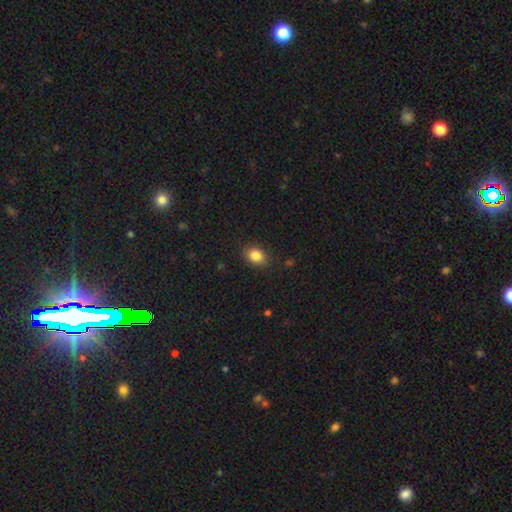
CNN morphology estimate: smooth 85%, star or artifact 9%, featured or disk 5%. Down the decision tree: how rounded — in between (66%); merging — none (87%).